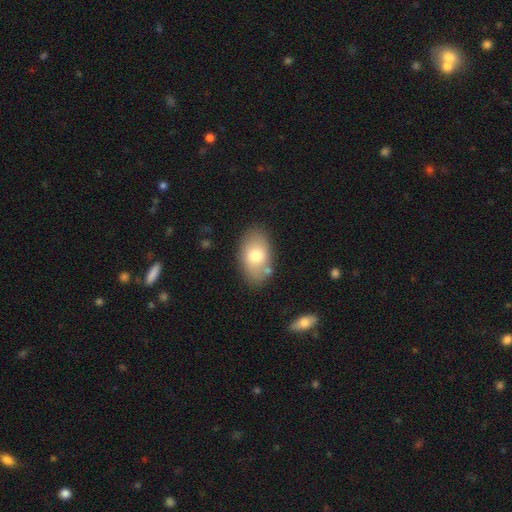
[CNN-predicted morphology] A smooth galaxy with no disk features (73%) that is in between round and cigar-shaped (90%).

Vote fractions:
- Smooth or featured? smooth: 73% / featured or disk: 20% / star or artifact: 7%
- How rounded? in between: 90% / round: 8% / cigar-shaped: 2%
- Merging? none: 77% / minor disturbance: 14% / merger: 5% / major disturbance: 4%